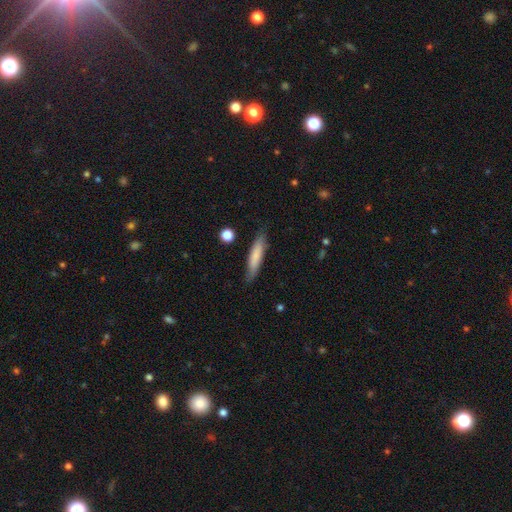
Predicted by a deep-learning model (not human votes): Smooth or featured? Predicted: smooth (p=0.76). How rounded? Predicted: cigar-shaped (p=0.83). Merging? Predicted: none (p=0.84).